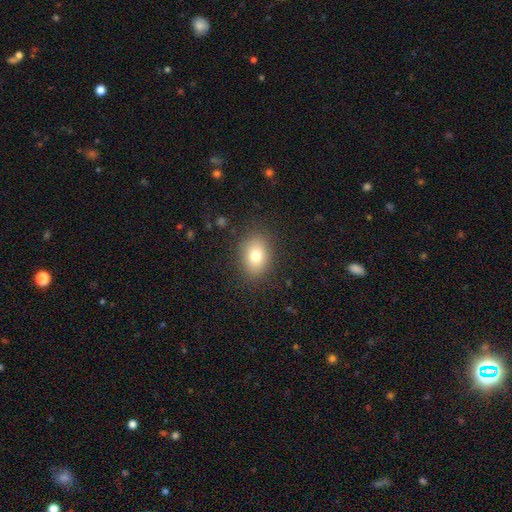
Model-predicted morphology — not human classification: Smooth or featured: smooth — 77% (featured or disk — 12%)
How rounded: in between — 62% (round — 37%)
Merging: none — 86% (minor disturbance — 10%)